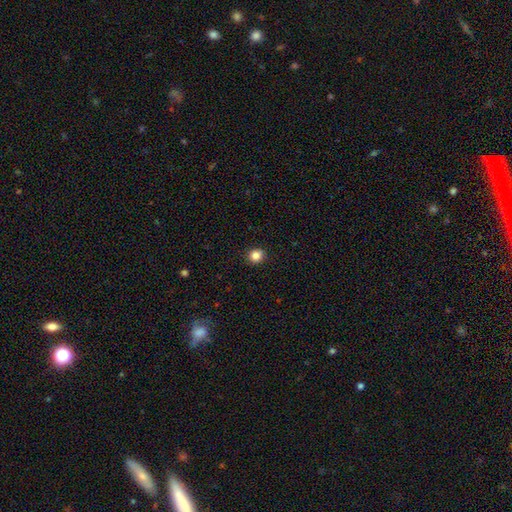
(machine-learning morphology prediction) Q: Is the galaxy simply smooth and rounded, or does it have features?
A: smooth — 84%.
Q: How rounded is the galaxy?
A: round — 85%.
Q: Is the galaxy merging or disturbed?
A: none — 91%.